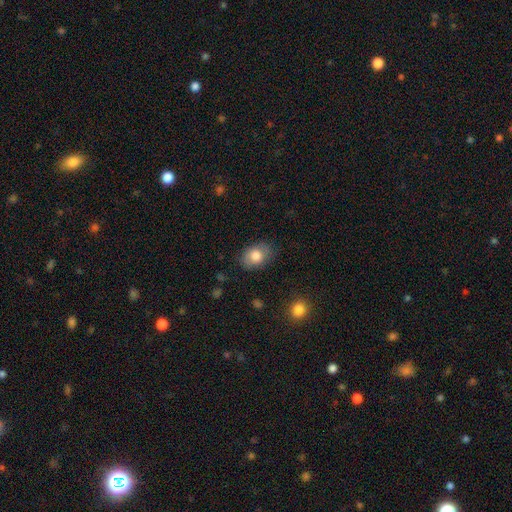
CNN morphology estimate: Q: Smooth or featured?
A: smooth (79%); runner-up: featured or disk (14%)
Q: How rounded?
A: in between (76%); runner-up: round (23%)
Q: Merging?
A: none (78%); runner-up: minor disturbance (16%)